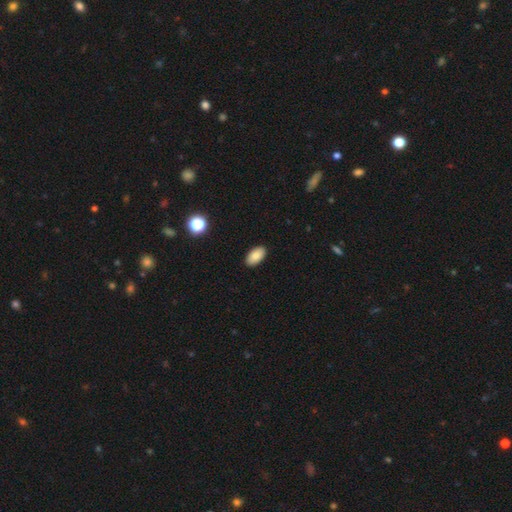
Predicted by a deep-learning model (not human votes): Morphology: type=smooth (86%); roundness=in between (95%); merging=none (90%).